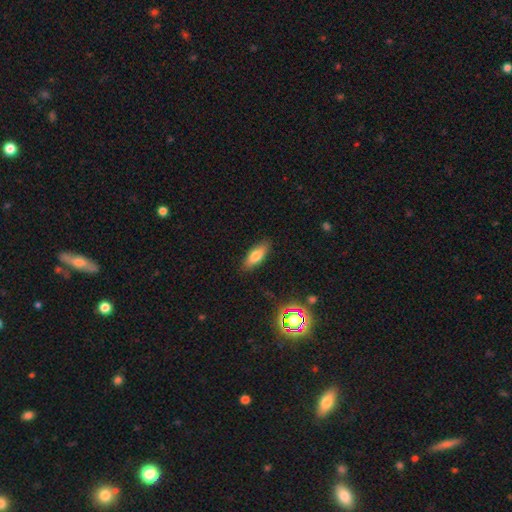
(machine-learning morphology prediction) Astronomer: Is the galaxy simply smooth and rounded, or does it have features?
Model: smooth — 76%.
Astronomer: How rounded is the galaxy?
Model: in between — 71%.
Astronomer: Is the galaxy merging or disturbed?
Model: none — 86%.